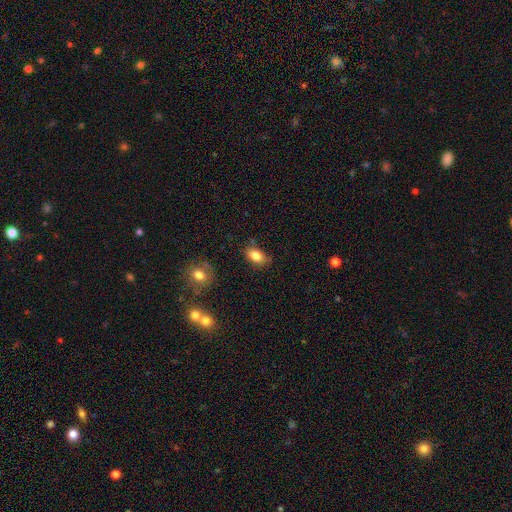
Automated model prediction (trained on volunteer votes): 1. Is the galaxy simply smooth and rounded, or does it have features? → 84% smooth, 8% star or artifact, 7% featured or disk.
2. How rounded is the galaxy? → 88% in between, 10% round, 3% cigar-shaped.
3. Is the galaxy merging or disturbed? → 75% none, 18% minor disturbance, 4% major disturbance, 3% merger.